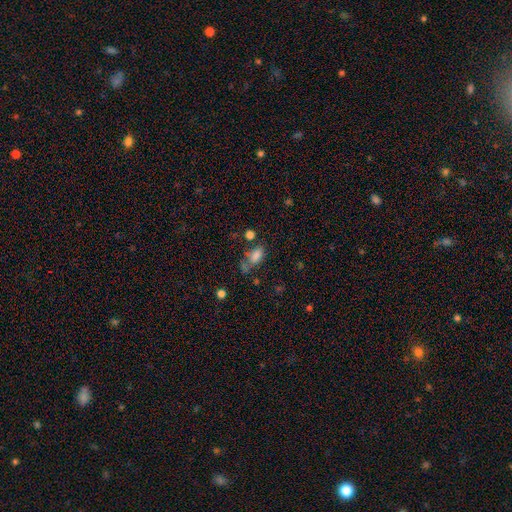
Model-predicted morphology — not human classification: This is likely a smooth galaxy (78%). How rounded: clearly in between (85%). Merging: possibly none (46%).